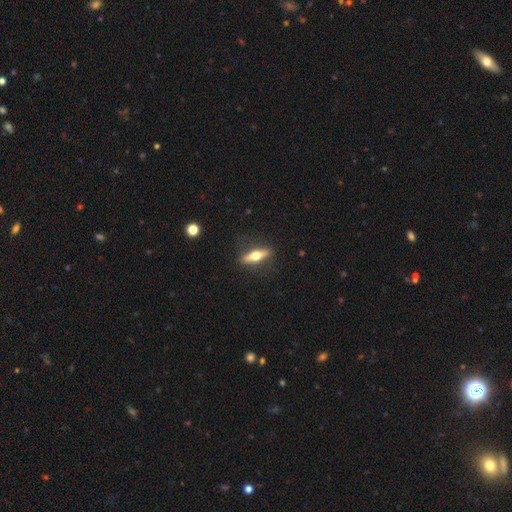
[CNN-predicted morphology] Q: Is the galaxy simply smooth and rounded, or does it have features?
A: featured or disk — 57%.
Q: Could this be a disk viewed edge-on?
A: yes — 93%.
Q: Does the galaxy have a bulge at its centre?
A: rounded — 96%.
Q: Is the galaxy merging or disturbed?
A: none — 86%.